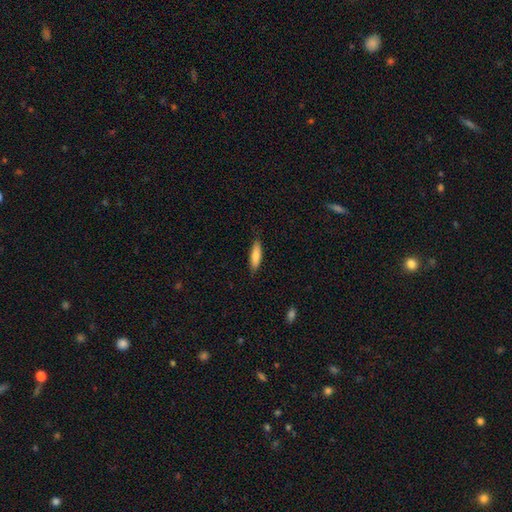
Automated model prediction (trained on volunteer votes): A smooth galaxy with no disk features (81%) that is cigar-shaped (64%).

Vote fractions:
- Smooth or featured? smooth: 81% / featured or disk: 13% / star or artifact: 6%
- How rounded? cigar-shaped: 64% / in between: 34% / round: 1%
- Merging? none: 84% / minor disturbance: 12% / major disturbance: 2% / merger: 1%